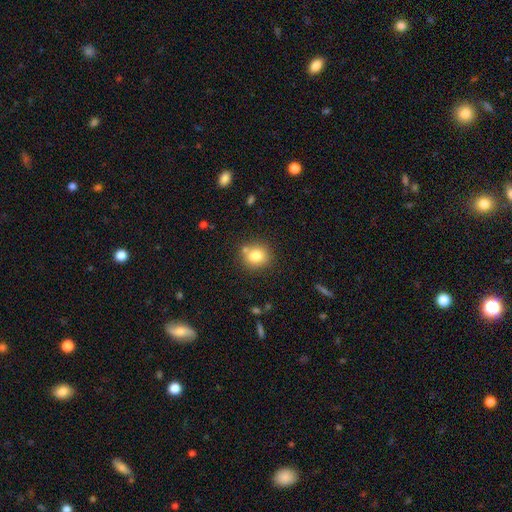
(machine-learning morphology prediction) Smooth or featured: smooth — 79% (star or artifact — 11%)
How rounded: round — 79% (in between — 20%)
Merging: none — 73% (merger — 12%)